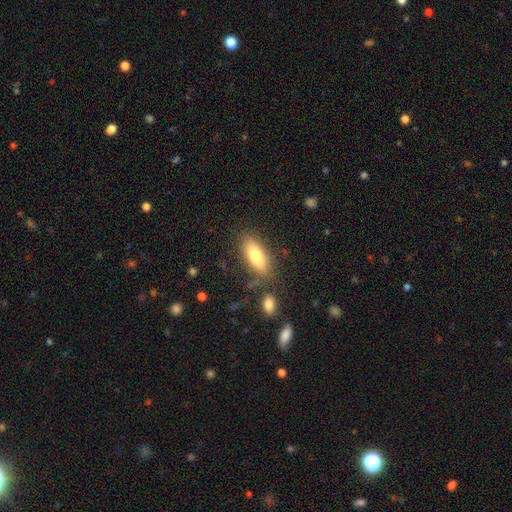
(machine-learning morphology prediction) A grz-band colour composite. It shows a smooth galaxy with no disk features (75%) that is in between round and cigar-shaped (71%). Merging: none (78%).